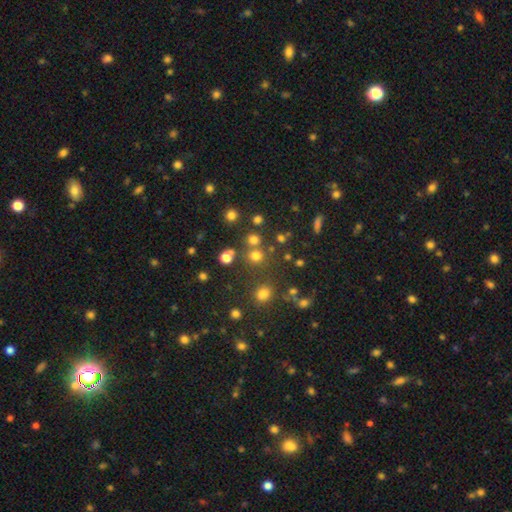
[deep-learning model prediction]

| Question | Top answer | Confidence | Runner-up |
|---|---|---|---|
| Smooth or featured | smooth | 71% | star or artifact (22%) |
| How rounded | round | 89% | in between (10%) |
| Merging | none | 71% | merger (18%) |